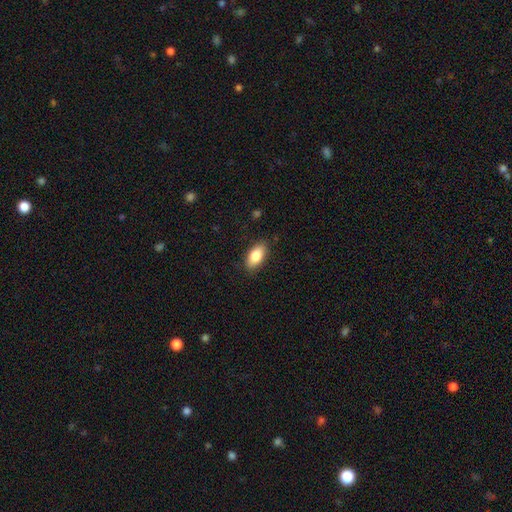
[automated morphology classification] smooth-or-featured: smooth: 82% | featured or disk: 11% | star or artifact: 7%
  how-rounded: in between: 90% | cigar-shaped: 6% | round: 4%
  merging: none: 86% | minor disturbance: 11% | major disturbance: 2% | merger: 1%